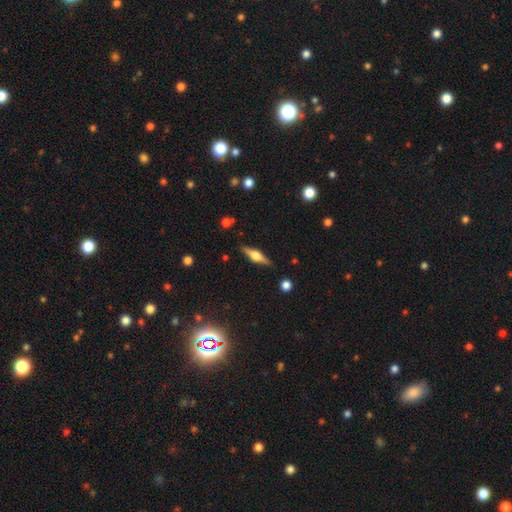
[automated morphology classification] The model was most divided on "smooth or featured": featured or disk: 70%, smooth: 24%, star or artifact: 6%. More confident: edge-on disk — yes (97%); edge-on bulge — rounded (90%); merging — none (88%).